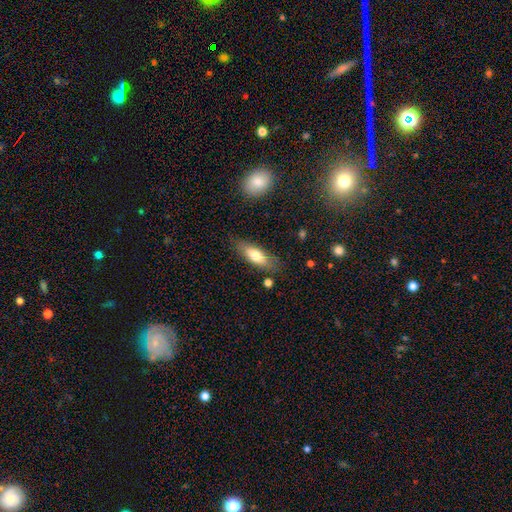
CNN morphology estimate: Q: Smooth or featured?
A: smooth (71%); runner-up: featured or disk (22%)
Q: How rounded?
A: in between (67%); runner-up: cigar-shaped (31%)
Q: Merging?
A: none (78%); runner-up: minor disturbance (15%)